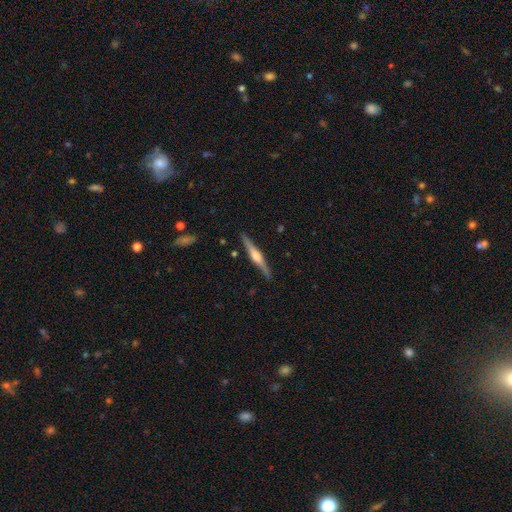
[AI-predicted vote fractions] Q: Smooth or featured?
A: featured or disk (74%); runner-up: smooth (21%)
Q: Edge-on disk?
A: yes (98%); runner-up: no (2%)
Q: Edge-on bulge?
A: rounded (83%); runner-up: boxy (12%)
Q: Merging?
A: none (89%); runner-up: minor disturbance (8%)